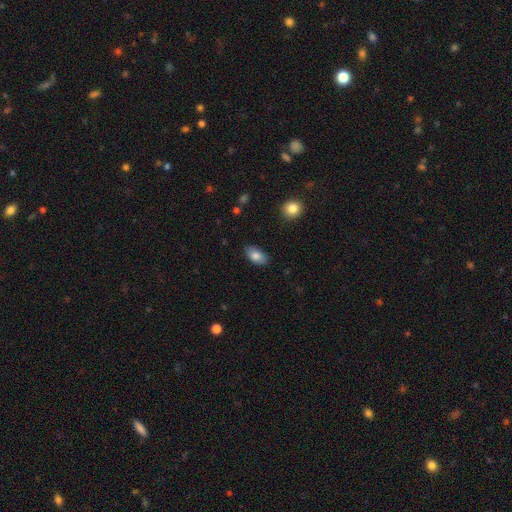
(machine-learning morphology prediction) This is clearly a smooth galaxy (83%). How rounded: clearly in between (93%). Merging: clearly none (84%).